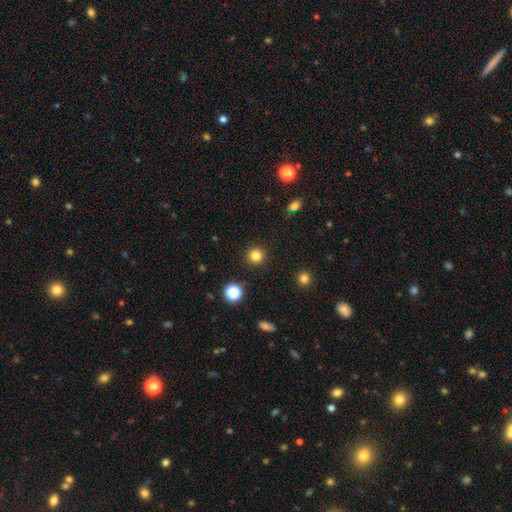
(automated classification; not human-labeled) This appears to be a smooth galaxy with no disk features (82%) that is round (95%). Merging: none (92%).